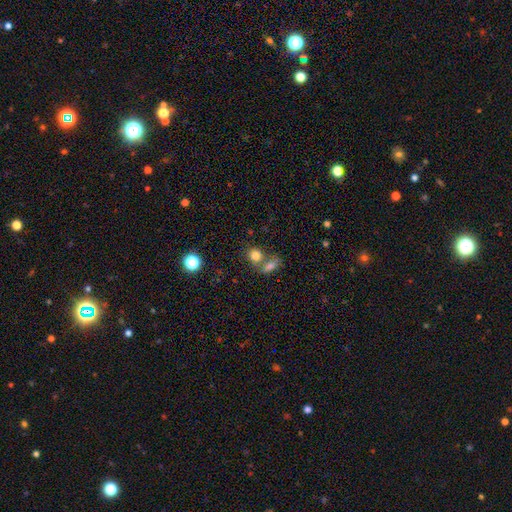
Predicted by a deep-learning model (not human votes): A smooth galaxy with no disk features (81%) that is round (70%).

Vote fractions:
- Smooth or featured? smooth: 81% / star or artifact: 11% / featured or disk: 8%
- How rounded? round: 70% / in between: 29% / cigar-shaped: 2%
- Merging? none: 49% / merger: 38% / minor disturbance: 9% / major disturbance: 4%